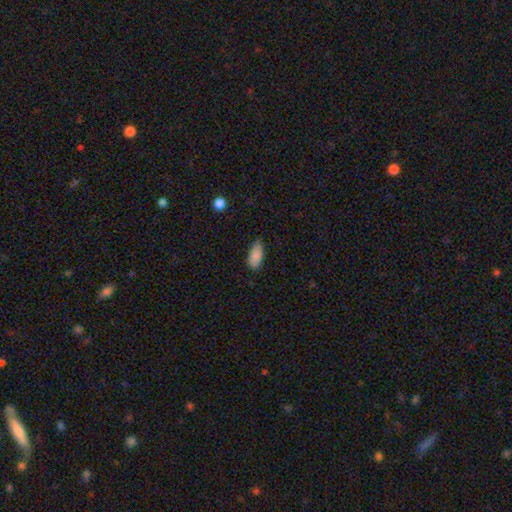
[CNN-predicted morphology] smooth-or-featured: smooth: 88% | star or artifact: 7% | featured or disk: 5%
  how-rounded: in between: 90% | cigar-shaped: 8% | round: 2%
  merging: none: 72% | minor disturbance: 23% | major disturbance: 3% | merger: 1%